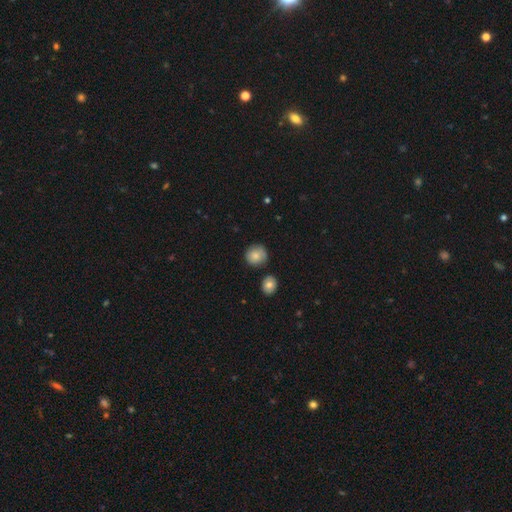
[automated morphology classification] Overall: smooth (78%). How rounded: round (87%). Merging: none (77%).